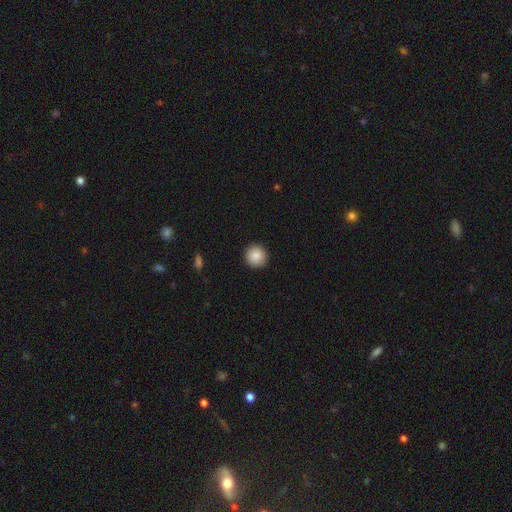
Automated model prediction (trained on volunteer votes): Q: Smooth or featured?
A: smooth (88%); runner-up: star or artifact (8%)
Q: How rounded?
A: round (94%); runner-up: in between (5%)
Q: Merging?
A: none (92%); runner-up: minor disturbance (5%)